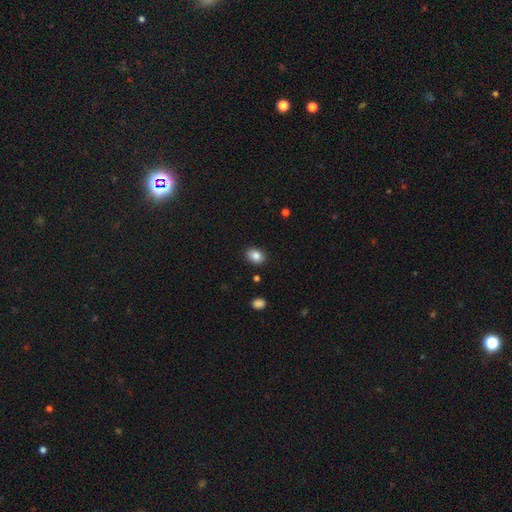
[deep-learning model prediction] Q: Smooth or featured?
A: smooth (86%); runner-up: star or artifact (9%)
Q: How rounded?
A: in between (66%); runner-up: round (33%)
Q: Merging?
A: none (87%); runner-up: minor disturbance (9%)